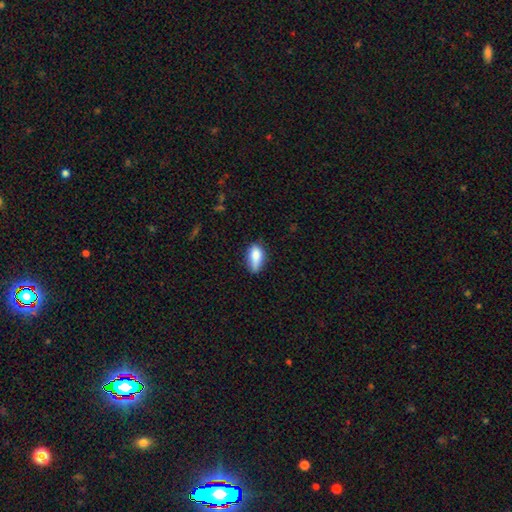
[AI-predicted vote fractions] Q: Smooth or featured?
A: smooth (79%); runner-up: featured or disk (13%)
Q: How rounded?
A: in between (84%); runner-up: cigar-shaped (12%)
Q: Merging?
A: none (54%); runner-up: minor disturbance (34%)